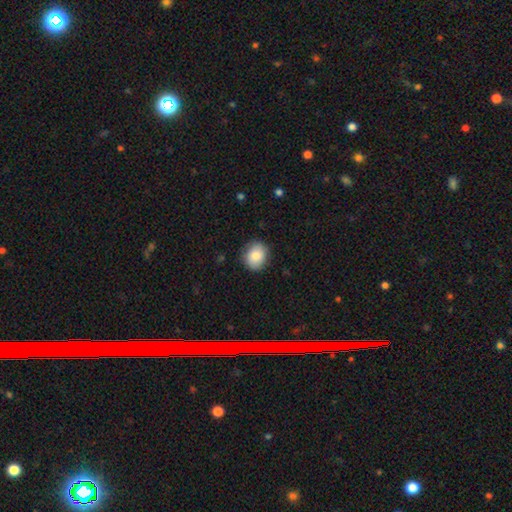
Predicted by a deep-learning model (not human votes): Q: Smooth or featured?
A: smooth (81%); runner-up: featured or disk (11%)
Q: How rounded?
A: round (72%); runner-up: in between (27%)
Q: Merging?
A: none (84%); runner-up: minor disturbance (12%)